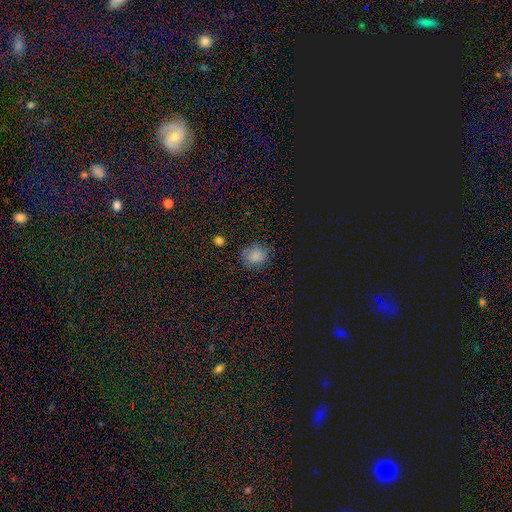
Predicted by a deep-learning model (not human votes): Smooth or featured?
  - smooth: 78% *
  - star or artifact: 14%
  - featured or disk: 7%
How rounded?
  - round: 66% *
  - in between: 33%
  - cigar-shaped: 1%
Merging?
  - none: 75% *
  - minor disturbance: 17%
  - major disturbance: 6%
  - merger: 2%